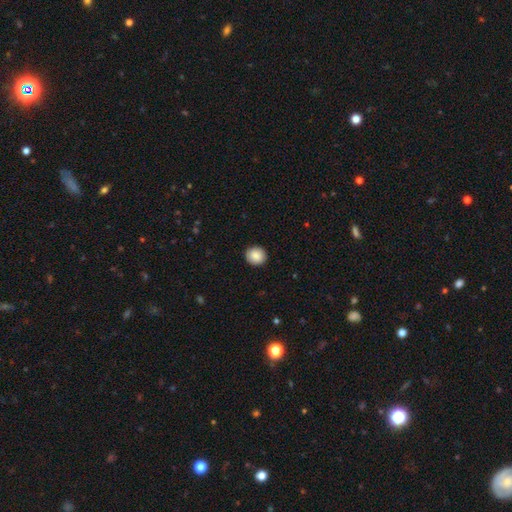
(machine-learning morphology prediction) smooth_or_featured: smooth (p=0.88) [alt: star or artifact p=0.08]
how_rounded: round (p=0.91) [alt: in between p=0.08]
merging: none (p=0.91) [alt: minor disturbance p=0.06]